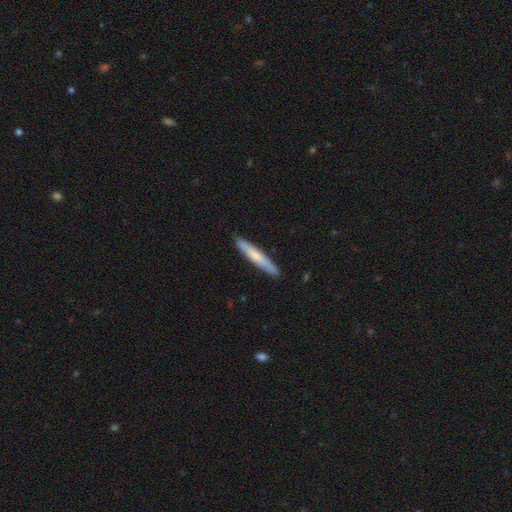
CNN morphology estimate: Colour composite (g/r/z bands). It shows a smooth galaxy with no disk features (62%) that is cigar-shaped (94%). Merging: none (88%).